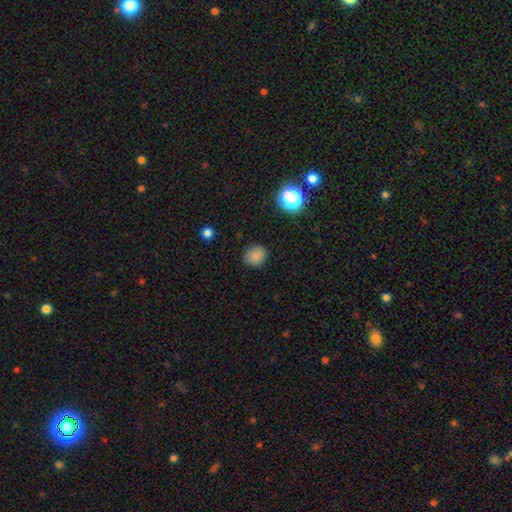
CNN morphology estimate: Q: Smooth or featured?
A: smooth (82%); runner-up: star or artifact (14%)
Q: How rounded?
A: round (78%); runner-up: in between (21%)
Q: Merging?
A: none (86%); runner-up: minor disturbance (10%)